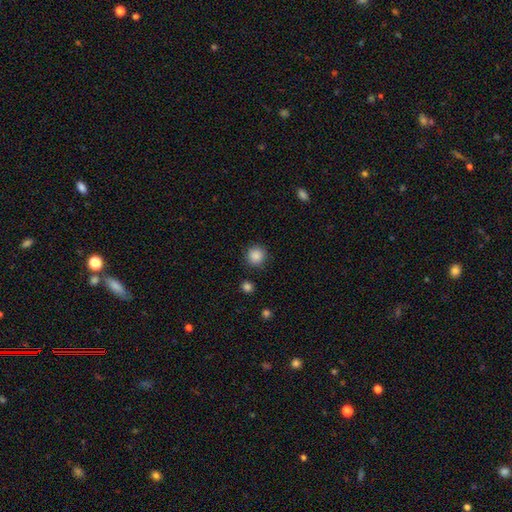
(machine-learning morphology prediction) A smooth galaxy with no disk features (88%) that is round (93%).

Vote fractions:
- Smooth or featured? smooth: 88% / star or artifact: 10% / featured or disk: 3%
- How rounded? round: 93% / in between: 6% / cigar-shaped: 1%
- Merging? none: 89% / minor disturbance: 7% / major disturbance: 2% / merger: 2%